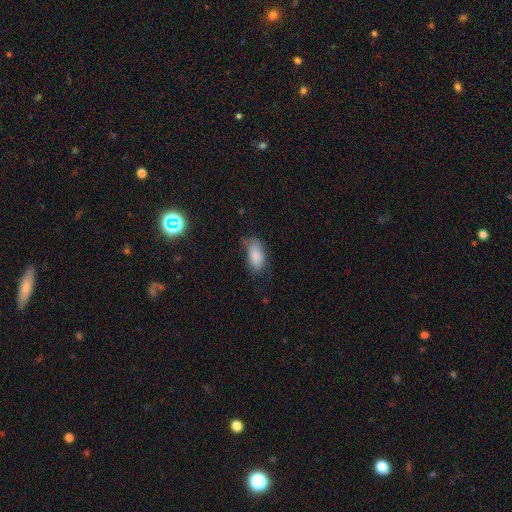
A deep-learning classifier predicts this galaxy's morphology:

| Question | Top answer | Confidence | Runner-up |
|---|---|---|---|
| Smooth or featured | smooth | 85% | star or artifact (8%) |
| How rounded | in between | 92% | cigar-shaped (5%) |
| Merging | none | 61% | minor disturbance (28%) |